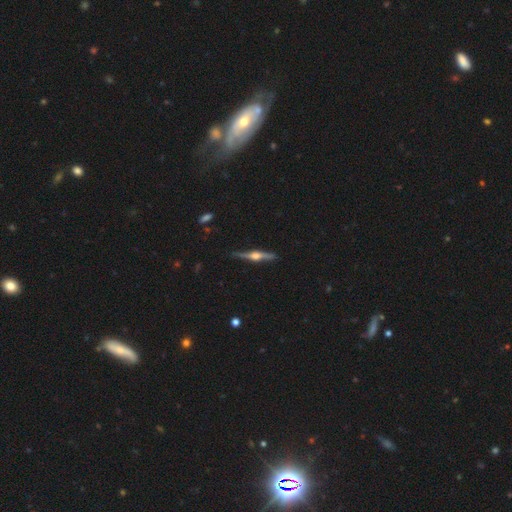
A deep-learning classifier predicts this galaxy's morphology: A featured or disk galaxy (82%) viewed edge-on (98%) with a rounded central bulge (93%). Merging: none (87%).